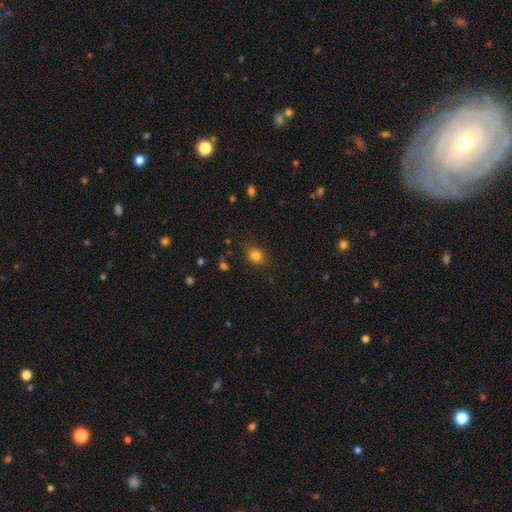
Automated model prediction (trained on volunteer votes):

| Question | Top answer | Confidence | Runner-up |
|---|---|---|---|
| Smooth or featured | smooth | 82% | star or artifact (12%) |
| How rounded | round | 56% | in between (43%) |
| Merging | none | 83% | minor disturbance (11%) |